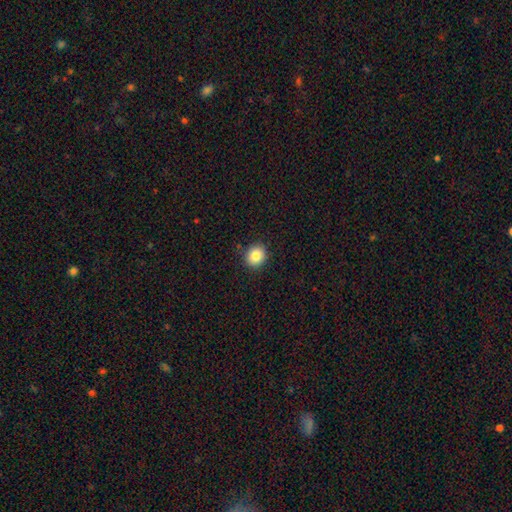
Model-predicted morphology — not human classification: smooth 85%, star or artifact 9%, featured or disk 6%. Down the decision tree: how rounded — round (78%); merging — none (90%).